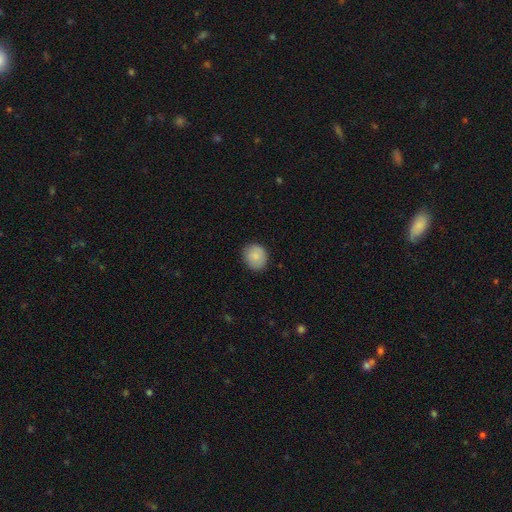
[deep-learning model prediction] smooth 86%, star or artifact 7%, featured or disk 6%. Down the decision tree: how rounded — round (75%); merging — none (85%).